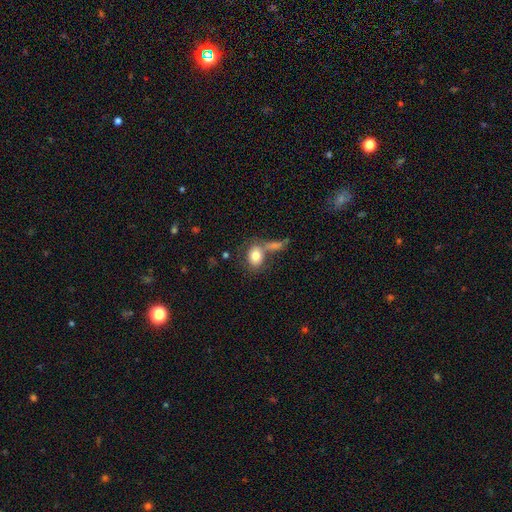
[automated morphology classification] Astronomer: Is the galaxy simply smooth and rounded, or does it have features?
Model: smooth — 80%.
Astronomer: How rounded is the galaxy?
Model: in between — 70%.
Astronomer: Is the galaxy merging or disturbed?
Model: none — 50% (runner-up: merger, 30%).